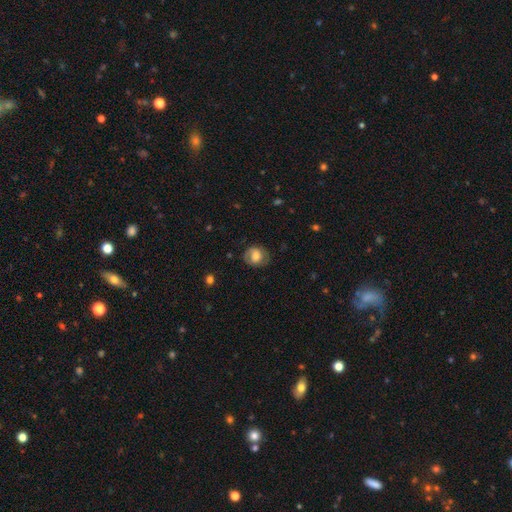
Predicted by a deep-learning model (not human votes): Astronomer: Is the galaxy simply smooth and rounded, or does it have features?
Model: smooth — 62%.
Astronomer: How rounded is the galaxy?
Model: round — 67%.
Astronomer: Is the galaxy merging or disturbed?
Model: none — 67%.